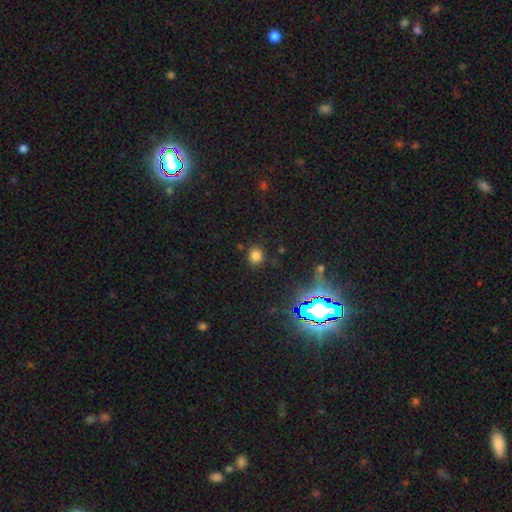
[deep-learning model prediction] smooth 76%, star or artifact 19%, featured or disk 5%. Down the decision tree: how rounded — round (77%); merging — none (86%).